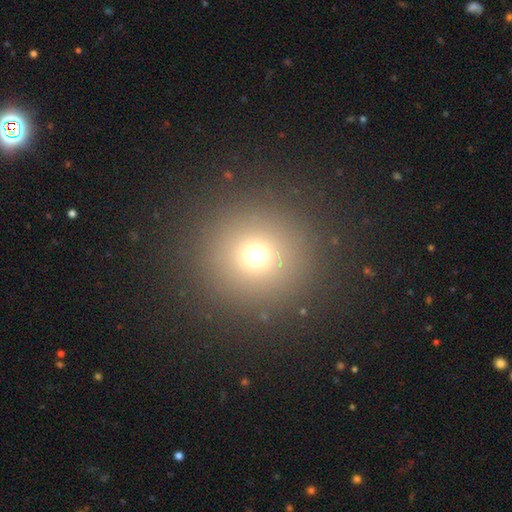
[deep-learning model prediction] This appears to be a smooth galaxy with no disk features (69%) that is round (95%). Merging: none (89%).